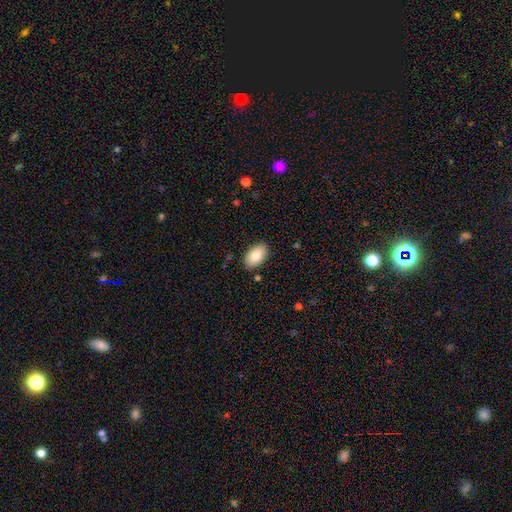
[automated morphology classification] smooth_or_featured: smooth (p=0.82) [alt: featured or disk p=0.12]
how_rounded: in between (p=0.94) [alt: round p=0.05]
merging: none (p=0.88) [alt: minor disturbance p=0.09]